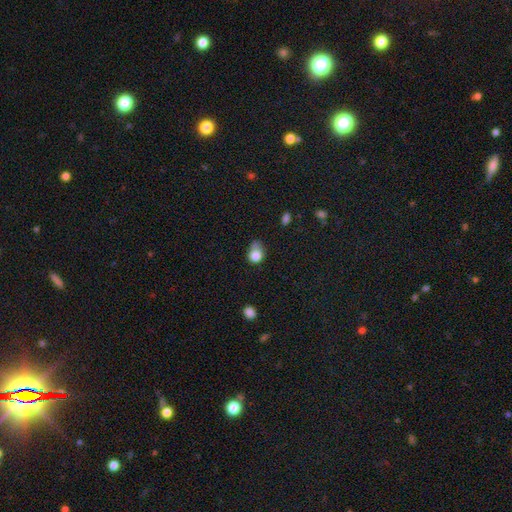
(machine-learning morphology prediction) This appears to be a smooth galaxy with no disk features (81%) that is round (53%). Merging: minor disturbance (42%).